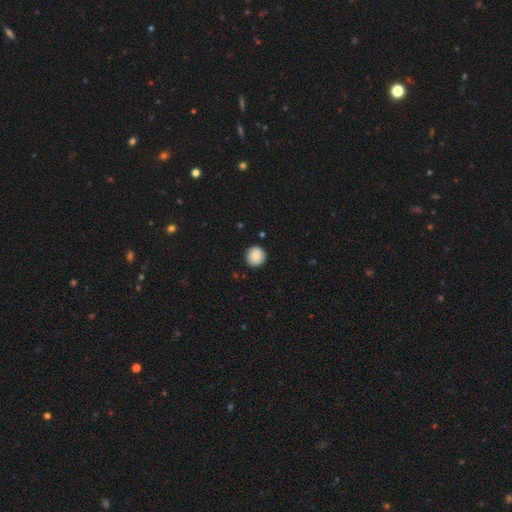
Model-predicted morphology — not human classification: A smooth galaxy with no disk features (87%) that is round (94%).

Vote fractions:
- Smooth or featured? smooth: 87% / star or artifact: 8% / featured or disk: 5%
- How rounded? round: 94% / in between: 5% / cigar-shaped: 1%
- Merging? none: 90% / minor disturbance: 7% / major disturbance: 2% / merger: 1%